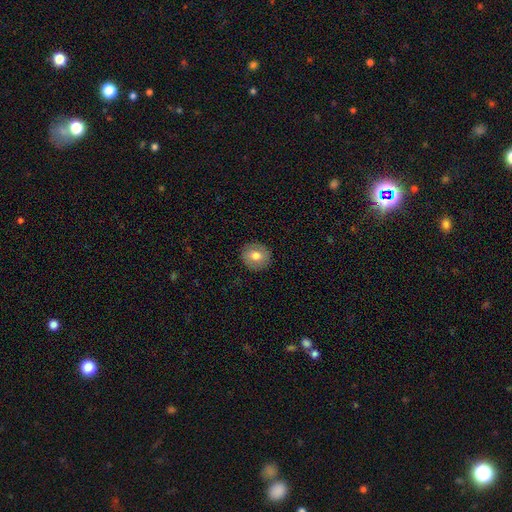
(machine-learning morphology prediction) Overall: smooth (72%). How rounded: round (84%). Merging: none (89%).